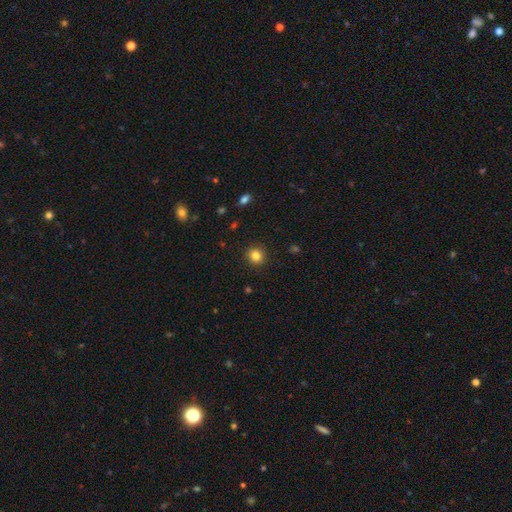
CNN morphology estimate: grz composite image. It shows a smooth galaxy with no disk features (84%) that is round (90%). Merging: none (92%).